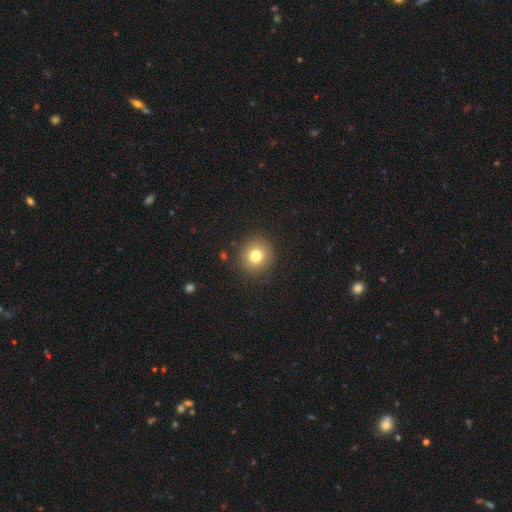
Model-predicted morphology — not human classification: The model was most divided on "smooth or featured": smooth: 78%, star or artifact: 12%, featured or disk: 9%. More confident: how rounded — round (92%); merging — none (90%).